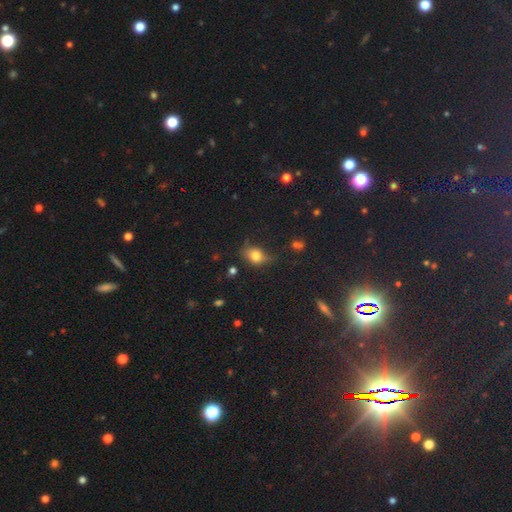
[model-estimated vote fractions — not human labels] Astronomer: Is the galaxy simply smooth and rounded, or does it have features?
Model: smooth — 73%.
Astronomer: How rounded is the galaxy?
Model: in between — 65%.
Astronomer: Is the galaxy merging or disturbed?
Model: none — 56%.